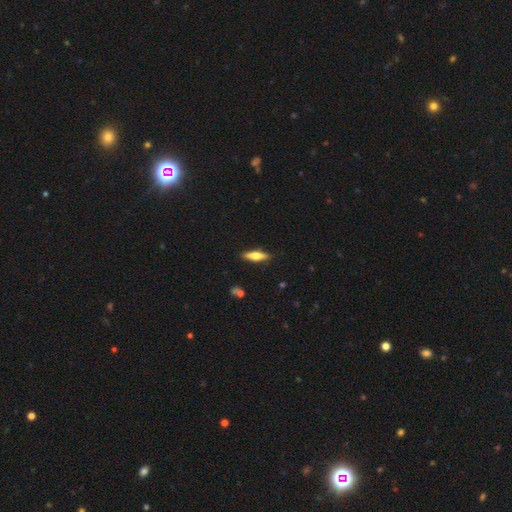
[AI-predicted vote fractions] A smooth galaxy with no disk features (55%) that is cigar-shaped (67%). Merging: none (88%).